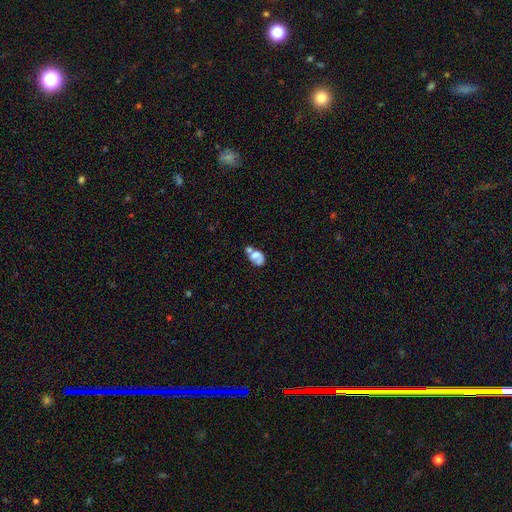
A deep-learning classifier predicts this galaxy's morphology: Smooth or featured?
  - smooth: 48% *
  - featured or disk: 40%
  - star or artifact: 12%
Merging?
  - merger: 42% *
  - none: 27%
  - major disturbance: 16%
  - minor disturbance: 15%